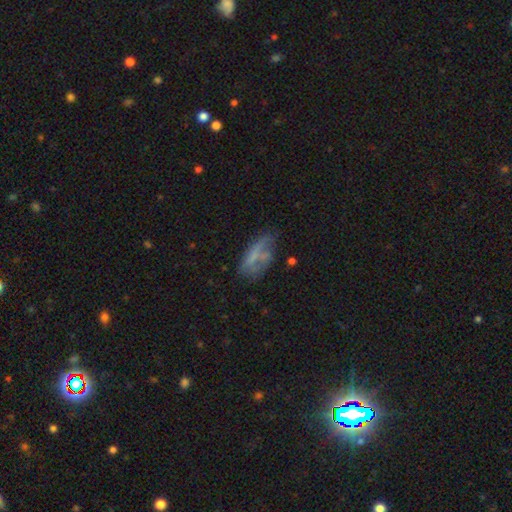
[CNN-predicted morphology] smooth 47%, featured or disk 42%, star or artifact 11%. Down the decision tree: merging — none (42%).